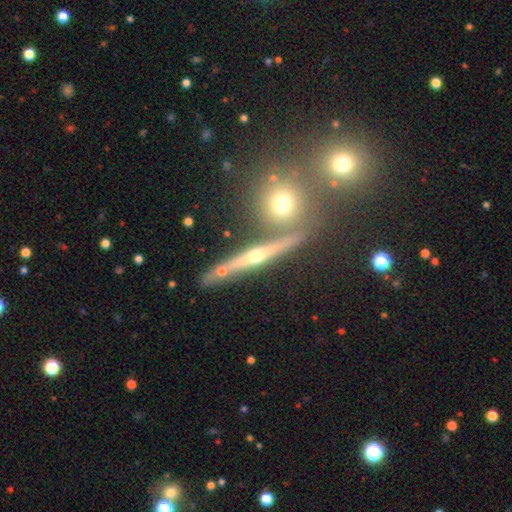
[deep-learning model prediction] Overall: featured or disk (71%). Edge-on disk: yes (92%). Edge-on bulge: rounded (86%). Merging: none (77%).